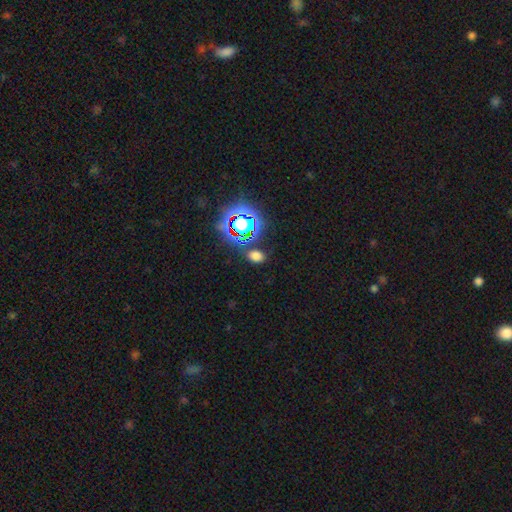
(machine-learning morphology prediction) Q: Smooth or featured?
A: smooth (62%); runner-up: star or artifact (31%)
Q: How rounded?
A: in between (77%); runner-up: round (21%)
Q: Merging?
A: none (78%); runner-up: minor disturbance (12%)